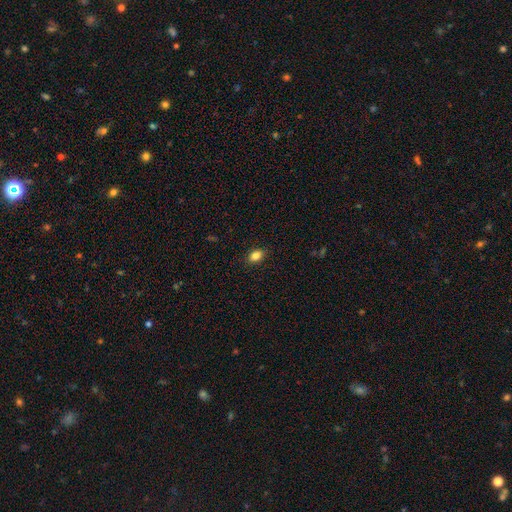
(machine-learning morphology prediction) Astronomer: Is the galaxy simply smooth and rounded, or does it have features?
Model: smooth — 85%.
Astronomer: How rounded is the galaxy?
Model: in between — 79%.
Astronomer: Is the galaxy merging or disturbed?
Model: none — 88%.